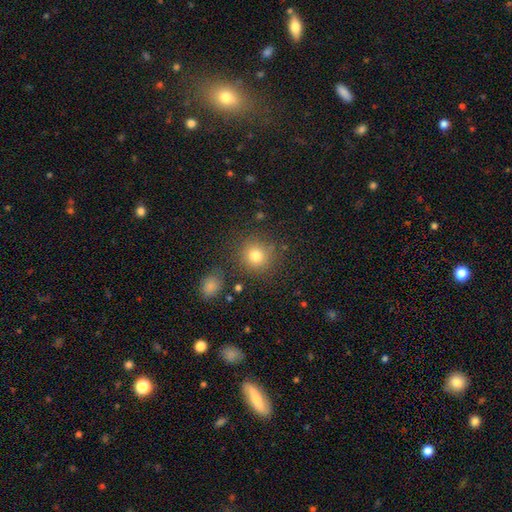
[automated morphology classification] Smooth or featured?
  - smooth: 79% *
  - star or artifact: 13%
  - featured or disk: 7%
How rounded?
  - round: 90% *
  - in between: 9%
  - cigar-shaped: 1%
Merging?
  - none: 83% *
  - minor disturbance: 9%
  - merger: 4%
  - major disturbance: 4%